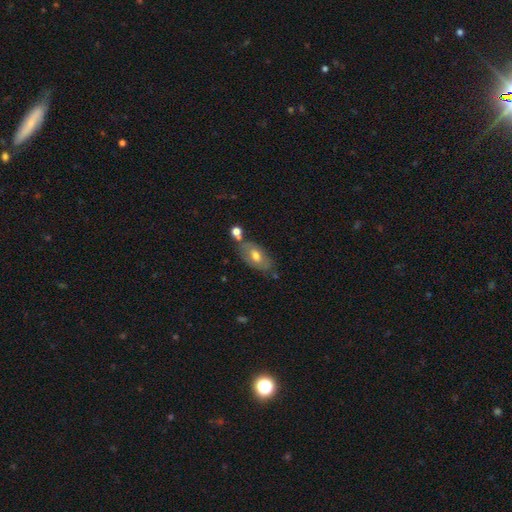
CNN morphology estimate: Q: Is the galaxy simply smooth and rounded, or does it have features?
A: smooth — 55%.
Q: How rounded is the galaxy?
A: in between — 89%.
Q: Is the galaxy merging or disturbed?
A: none — 60%.